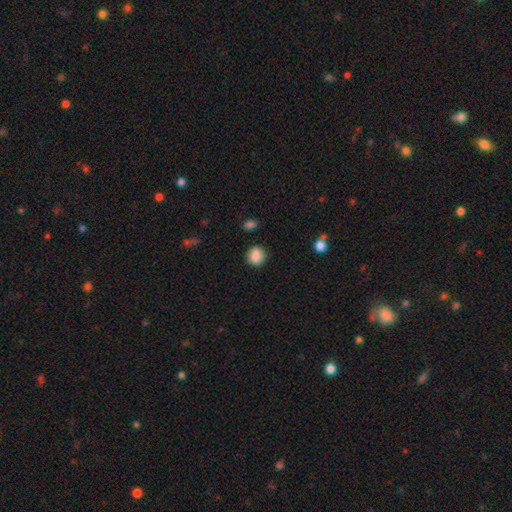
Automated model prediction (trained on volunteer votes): Overall: smooth (86%). How rounded: round (84%). Merging: none (87%).